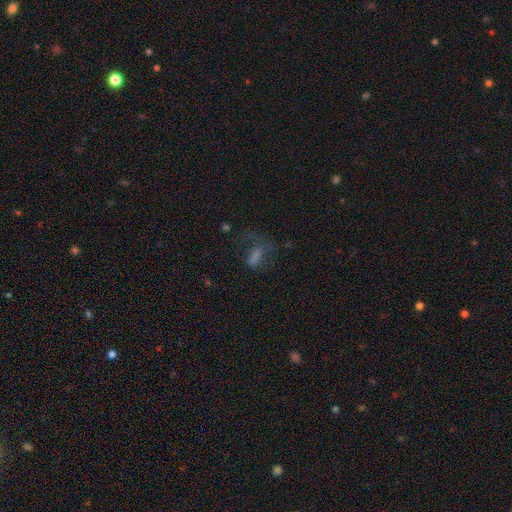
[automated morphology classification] This is marginally a smooth galaxy (41%). Merging: marginally major disturbance (40%).